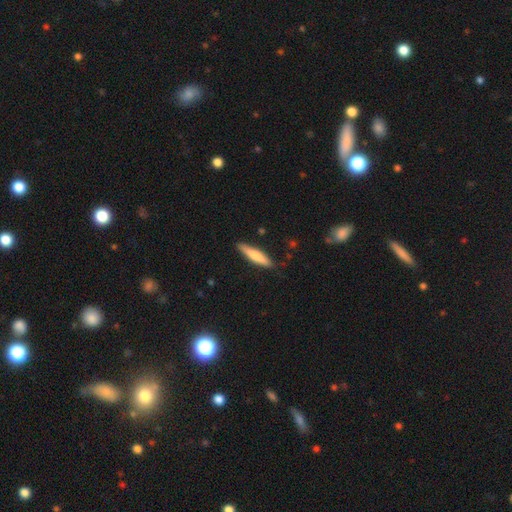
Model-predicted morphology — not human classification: Smooth or featured?
  - smooth: 69% *
  - featured or disk: 26%
  - star or artifact: 5%
How rounded?
  - cigar-shaped: 85% *
  - in between: 14%
  - round: 1%
Merging?
  - none: 86% *
  - minor disturbance: 10%
  - major disturbance: 2%
  - merger: 1%